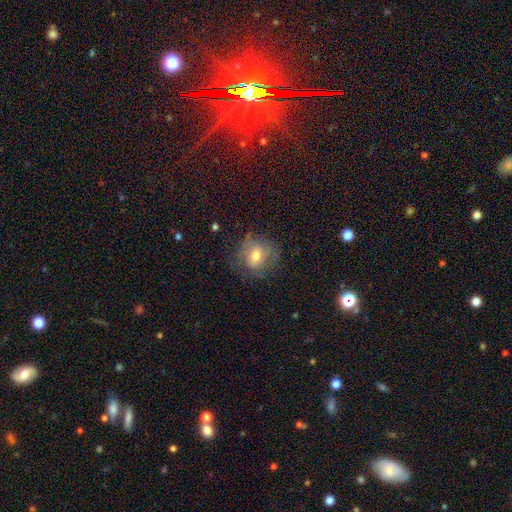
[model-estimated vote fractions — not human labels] smooth_or_featured: smooth (p=0.56) [alt: featured or disk p=0.34]
how_rounded: round (p=0.75) [alt: in between p=0.24]
merging: none (p=0.64) [alt: minor disturbance p=0.22]